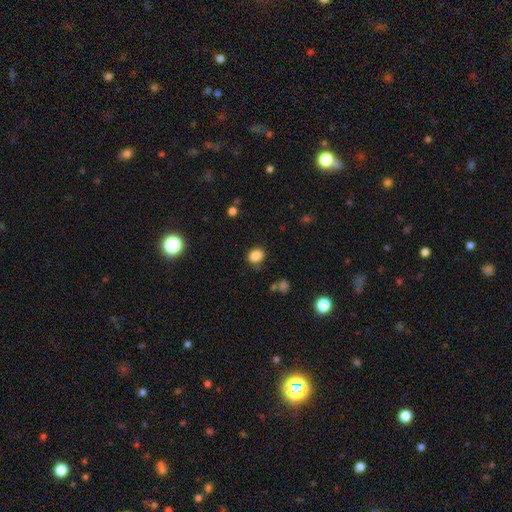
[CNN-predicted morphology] The model was most divided on "how rounded": in between: 58%, round: 41%, cigar-shaped: 1%. More confident: smooth or featured — smooth (86%); merging — none (79%).